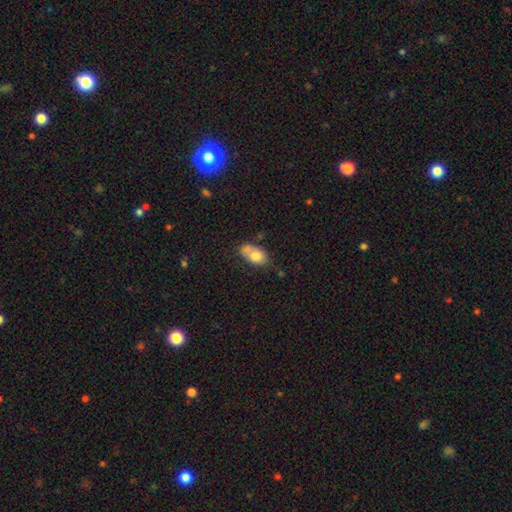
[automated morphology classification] smooth 75%, featured or disk 17%, star or artifact 8%. Down the decision tree: how rounded — in between (84%); merging — none (41%).